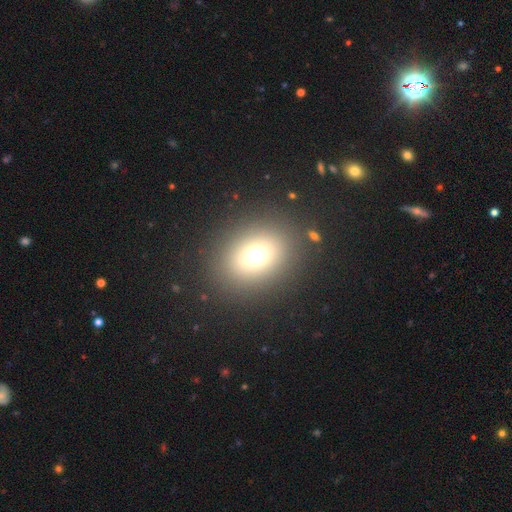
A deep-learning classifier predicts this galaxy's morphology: A smooth galaxy with no disk features (69%) that is in between round and cigar-shaped (50%).

Vote fractions:
- Smooth or featured? smooth: 69% / star or artifact: 17% / featured or disk: 14%
- How rounded? in between: 50% / round: 49% / cigar-shaped: 1%
- Merging? none: 85% / minor disturbance: 8% / major disturbance: 5% / merger: 2%